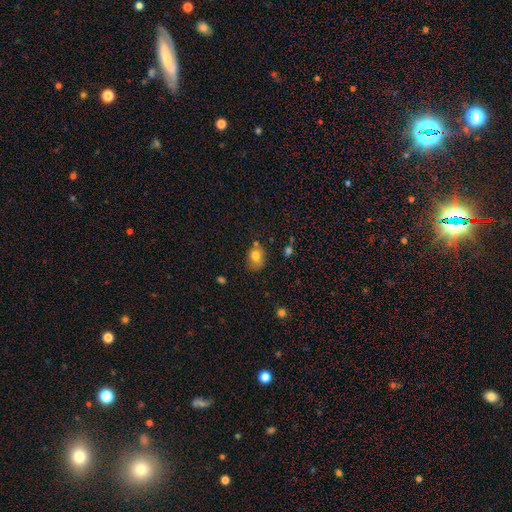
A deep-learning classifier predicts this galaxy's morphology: smooth_or_featured: smooth (p=0.75) [alt: featured or disk p=0.14]
how_rounded: in between (p=0.64) [alt: round p=0.35]
merging: none (p=0.52) [alt: minor disturbance p=0.27]